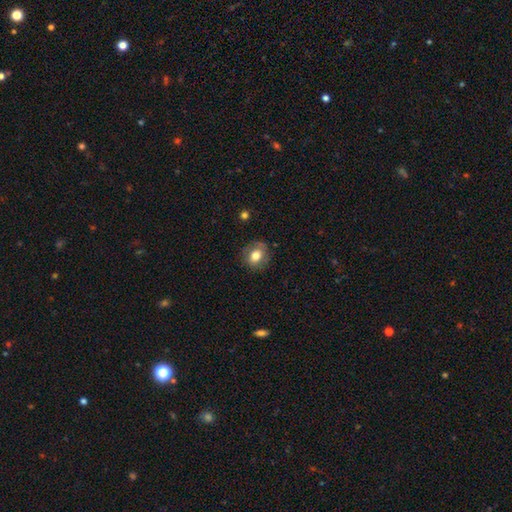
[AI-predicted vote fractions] This appears to be a smooth galaxy with no disk features (71%) that is round (70%). Merging: none (79%).